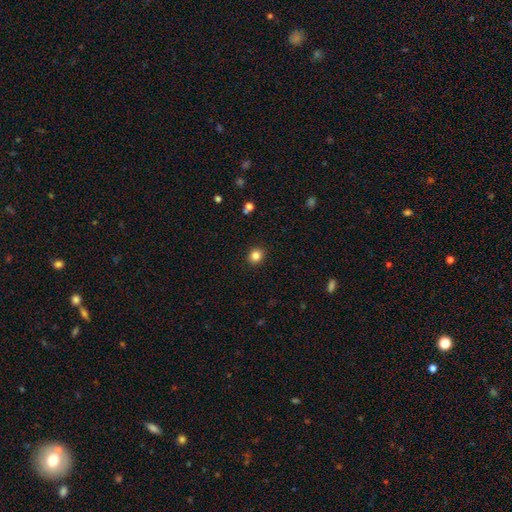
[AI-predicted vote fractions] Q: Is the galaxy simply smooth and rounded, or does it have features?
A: smooth — 84%.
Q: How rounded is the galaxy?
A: round — 74%.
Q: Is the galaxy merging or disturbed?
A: none — 91%.